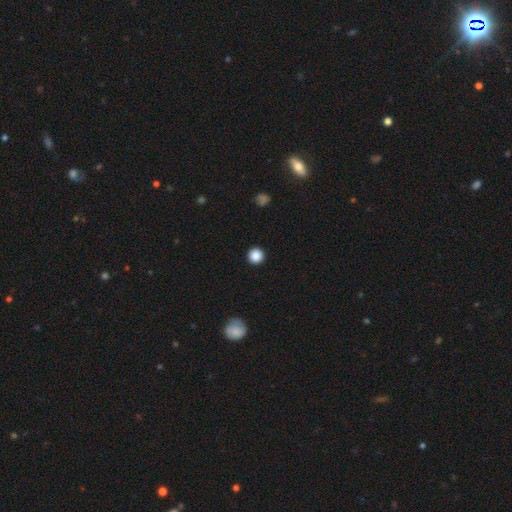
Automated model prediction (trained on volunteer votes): A smooth galaxy with no disk features (87%) that is round (96%). Merging: none (93%).